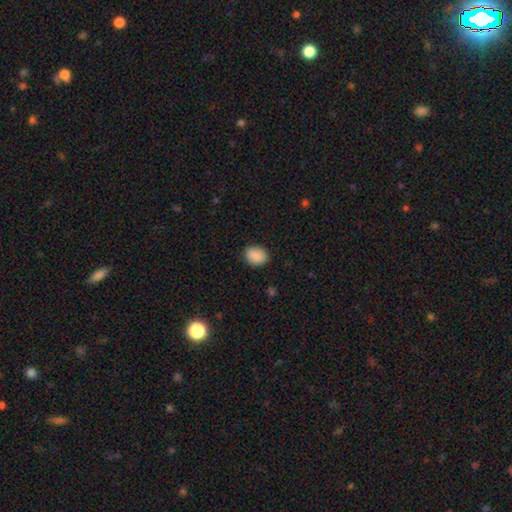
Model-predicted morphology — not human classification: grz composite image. It shows a smooth galaxy with no disk features (89%) that is in between round and cigar-shaped (64%). Merging: none (84%).